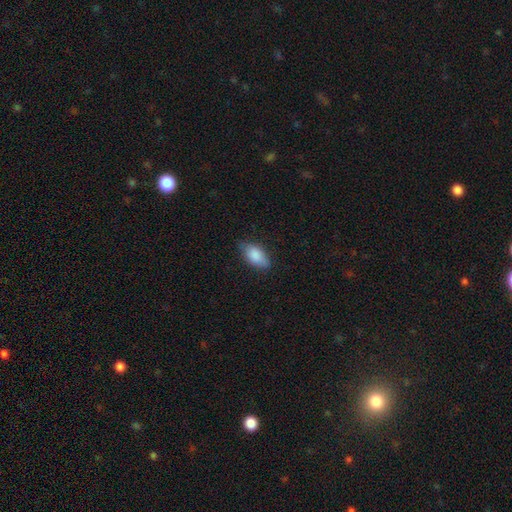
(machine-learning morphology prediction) Smooth or featured? Predicted: smooth (p=0.86). How rounded? Predicted: in between (p=0.92). Merging? Predicted: none (p=0.73).